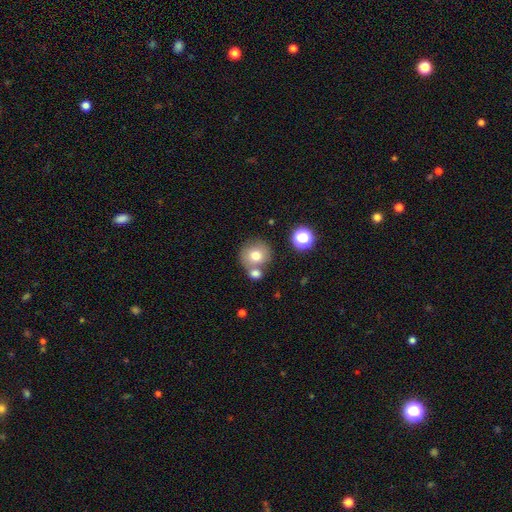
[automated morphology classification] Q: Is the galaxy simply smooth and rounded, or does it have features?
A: smooth — 73%.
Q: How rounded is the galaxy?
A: round — 89%.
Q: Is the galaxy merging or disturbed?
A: none — 59%.